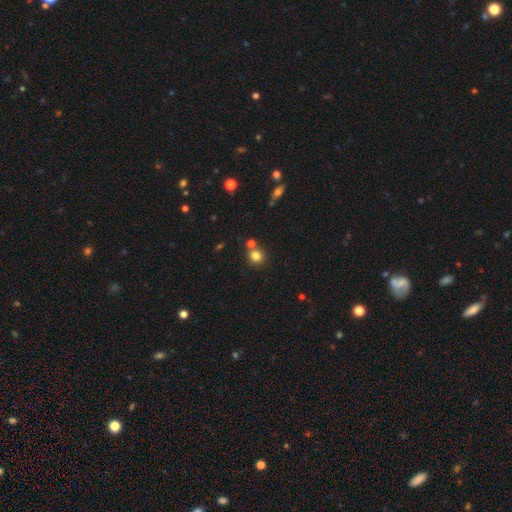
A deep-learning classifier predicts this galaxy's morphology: A smooth galaxy with no disk features (80%) that is round (84%). Merging: none (67%).